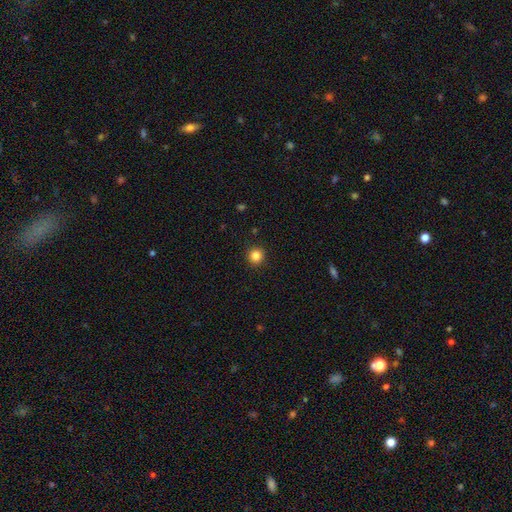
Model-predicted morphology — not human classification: Q: Smooth or featured?
A: smooth (85%); runner-up: star or artifact (11%)
Q: How rounded?
A: round (95%); runner-up: in between (4%)
Q: Merging?
A: none (93%); runner-up: minor disturbance (5%)